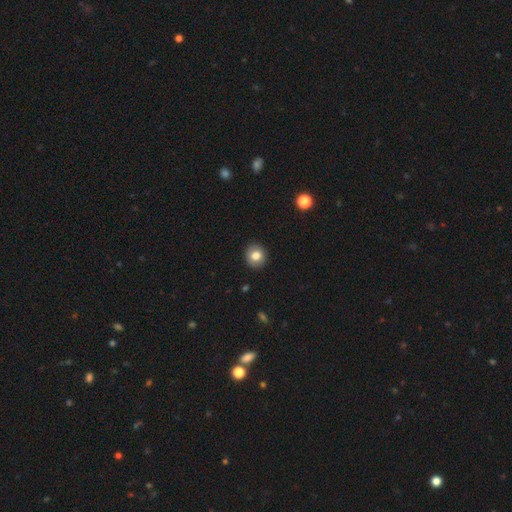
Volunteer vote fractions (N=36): Smooth or featured? 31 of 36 (86%) said smooth. How rounded? 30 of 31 (97%) said round. Merging? 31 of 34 (91%) said none.